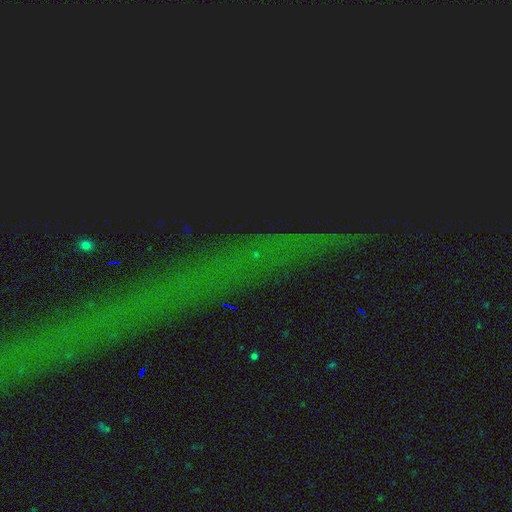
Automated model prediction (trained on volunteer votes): Morphology: type=star or artifact (83%).